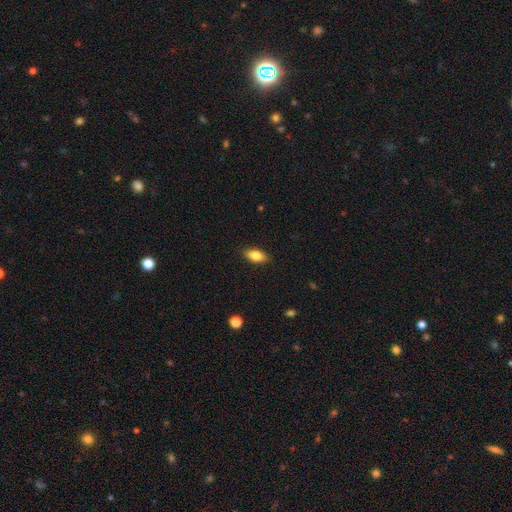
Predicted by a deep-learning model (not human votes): Morphology: type=smooth (83%); roundness=in between (89%); merging=none (88%).